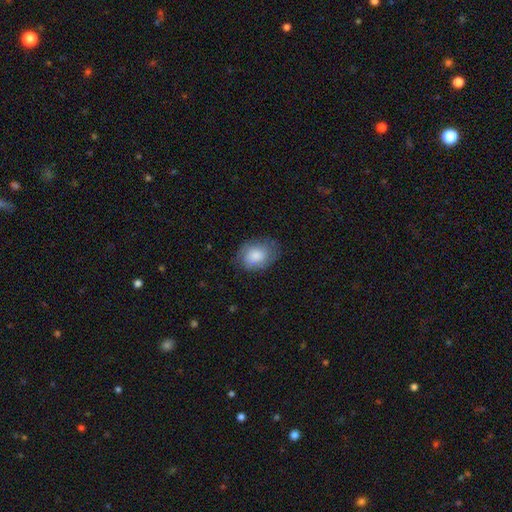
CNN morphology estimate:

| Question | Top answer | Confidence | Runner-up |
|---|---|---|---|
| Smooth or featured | smooth | 73% | featured or disk (20%) |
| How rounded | in between | 73% | round (26%) |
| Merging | none | 68% | minor disturbance (23%) |